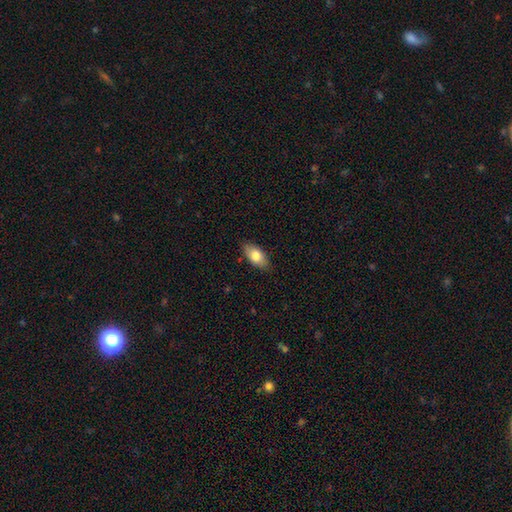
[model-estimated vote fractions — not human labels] Smooth or featured? Predicted: smooth (p=0.78). How rounded? Predicted: in between (p=0.91). Merging? Predicted: none (p=0.84).